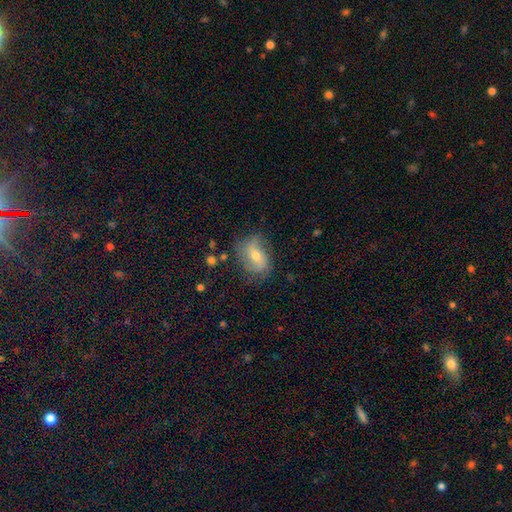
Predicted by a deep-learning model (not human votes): This is possibly a featured or disk galaxy (60%). It is clearly not viewed edge-on (94%). Bar: marginally no (40%, tied with weak). Spiral arm pattern: clearly yes (82%). Central bulge: likely moderate (61%). Merging: likely none (68%).